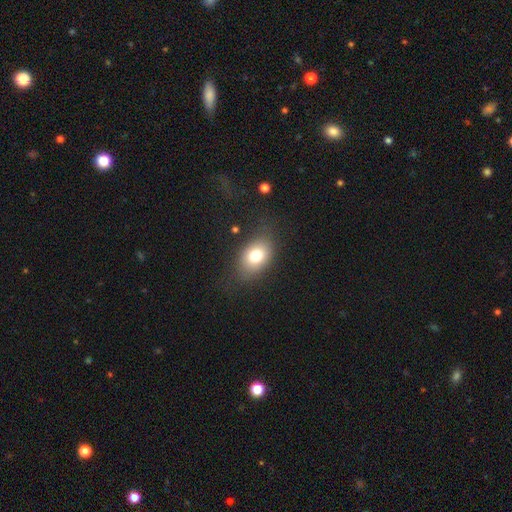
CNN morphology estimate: A smooth galaxy with no disk features (75%) that is in between round and cigar-shaped (80%).

Vote fractions:
- Smooth or featured? smooth: 75% / featured or disk: 15% / star or artifact: 10%
- How rounded? in between: 80% / round: 19% / cigar-shaped: 1%
- Merging? none: 75% / minor disturbance: 17% / major disturbance: 7% / merger: 2%